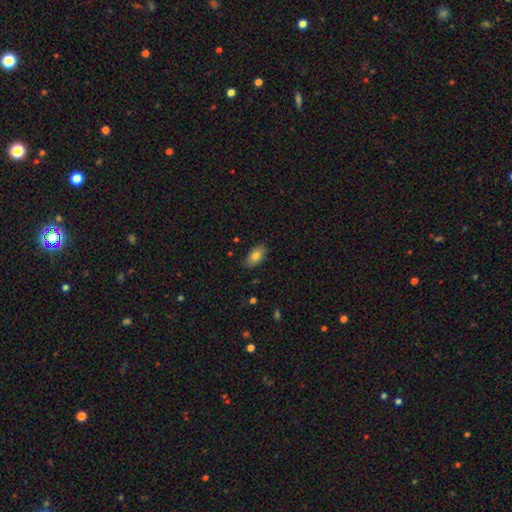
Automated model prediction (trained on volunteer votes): smooth_or_featured: smooth (p=0.80) [alt: featured or disk p=0.13]
how_rounded: in between (p=0.92) [alt: round p=0.04]
merging: none (p=0.80) [alt: minor disturbance p=0.16]